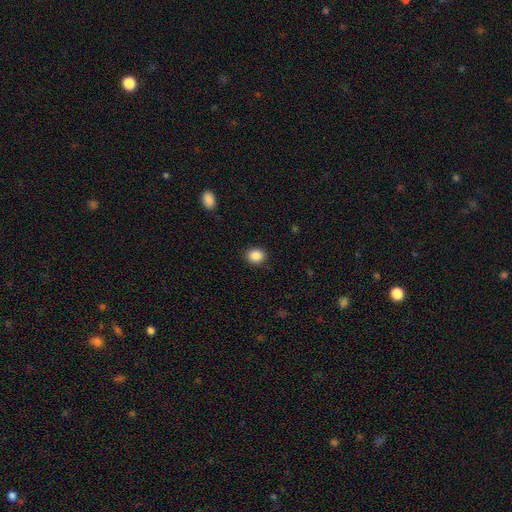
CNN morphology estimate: This is clearly a smooth galaxy (87%). How rounded: likely round (72%). Merging: clearly none (90%).